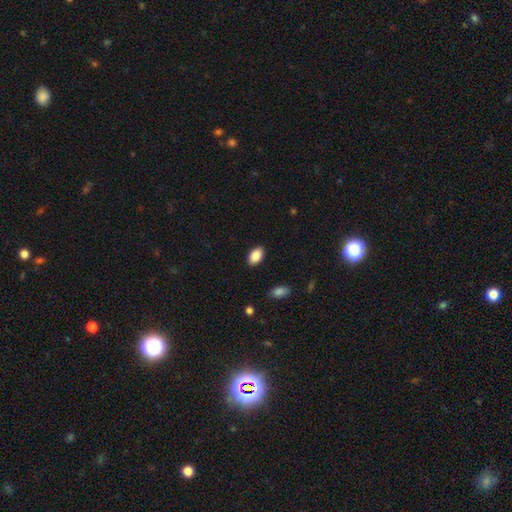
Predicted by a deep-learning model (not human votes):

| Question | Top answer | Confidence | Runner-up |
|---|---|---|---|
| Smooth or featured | smooth | 88% | star or artifact (7%) |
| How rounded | in between | 91% | round (7%) |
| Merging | none | 89% | minor disturbance (8%) |